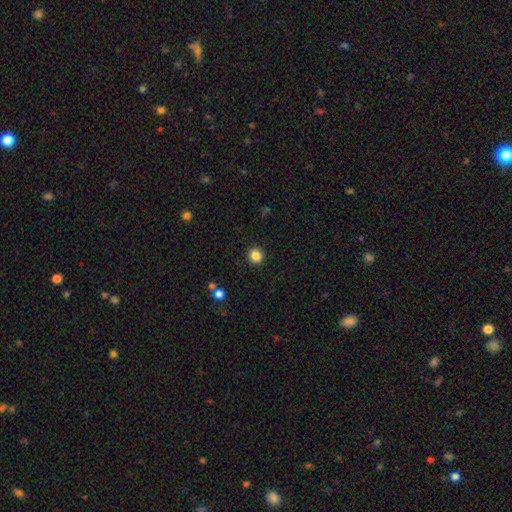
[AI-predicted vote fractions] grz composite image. It shows a smooth galaxy with no disk features (85%) that is round (90%). Merging: none (92%).